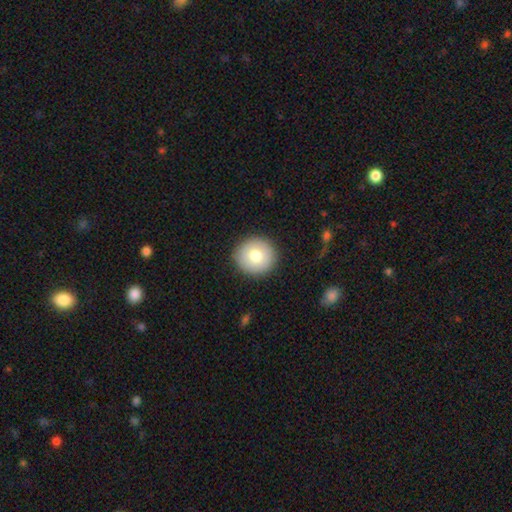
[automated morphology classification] smooth 78%, featured or disk 14%, star or artifact 8%. Down the decision tree: how rounded — round (91%); merging — none (90%).